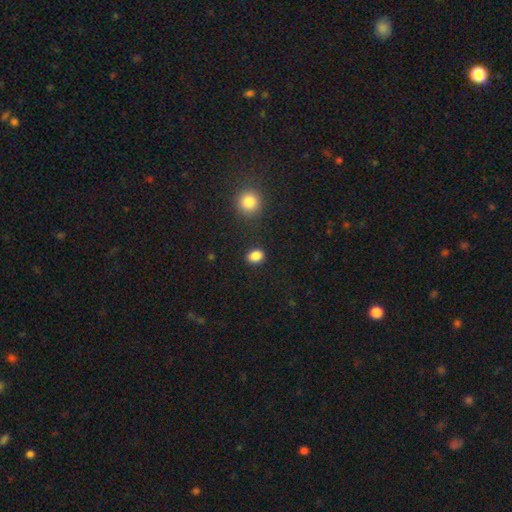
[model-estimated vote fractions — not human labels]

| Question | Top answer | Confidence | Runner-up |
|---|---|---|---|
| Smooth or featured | smooth | 86% | star or artifact (10%) |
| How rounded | in between | 61% | round (38%) |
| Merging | none | 86% | minor disturbance (9%) |